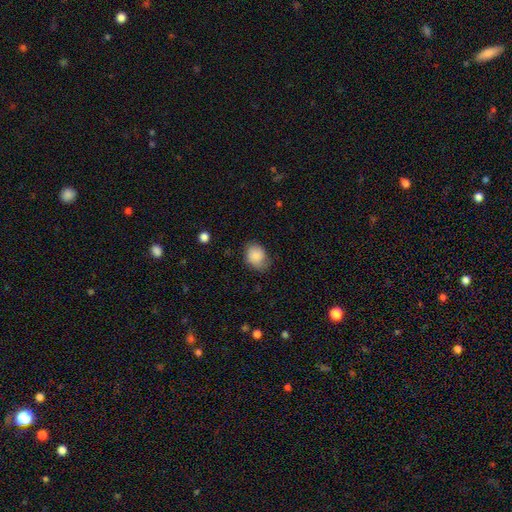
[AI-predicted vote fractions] Smooth or featured? smooth (85%)
How rounded? in between (56%)
Merging? none (65%)